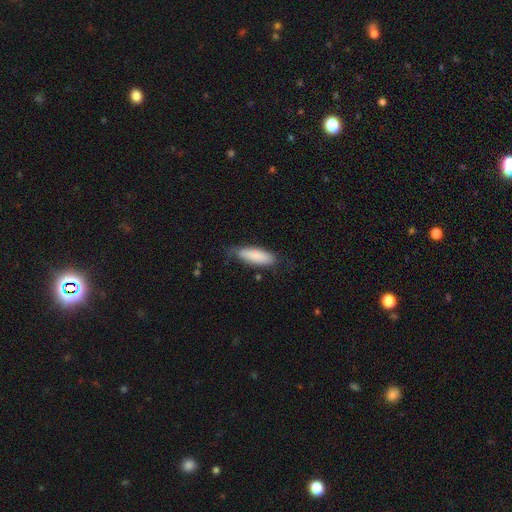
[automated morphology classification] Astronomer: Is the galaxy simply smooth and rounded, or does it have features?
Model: smooth — 84%.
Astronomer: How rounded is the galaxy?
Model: in between — 53% (runner-up: cigar-shaped, 45%).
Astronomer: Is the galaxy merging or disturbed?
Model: none — 68%.